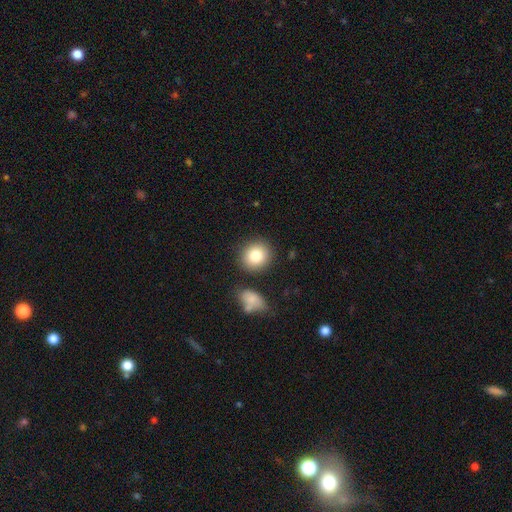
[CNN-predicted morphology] The model was most divided on "how rounded": round: 83%, in between: 16%, cigar-shaped: 1%. More confident: merging — none (83%); smooth or featured — smooth (83%).